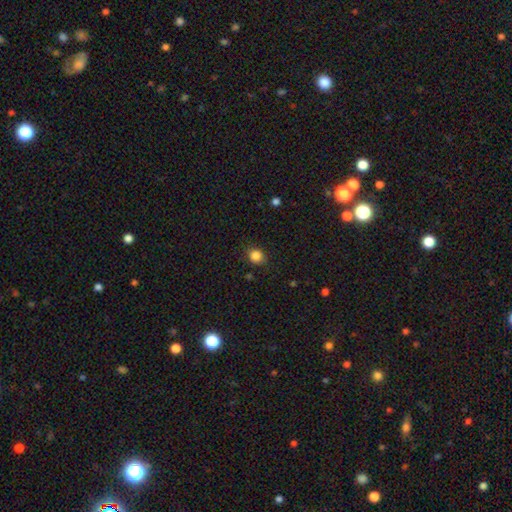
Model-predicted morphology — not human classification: Overall: smooth (85%). How rounded: round (80%). Merging: none (84%).